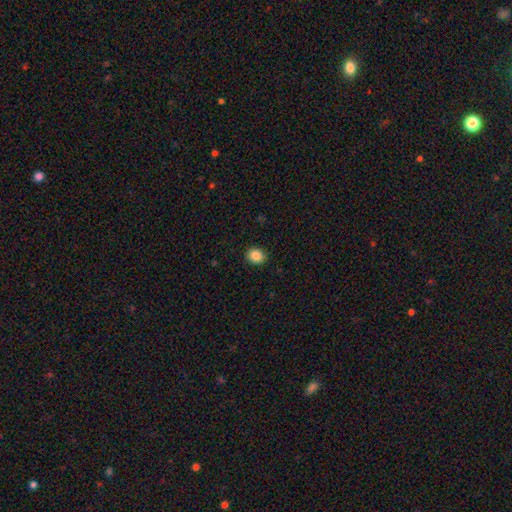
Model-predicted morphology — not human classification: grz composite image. It shows a smooth galaxy with no disk features (87%) that is round (68%). Merging: none (91%).